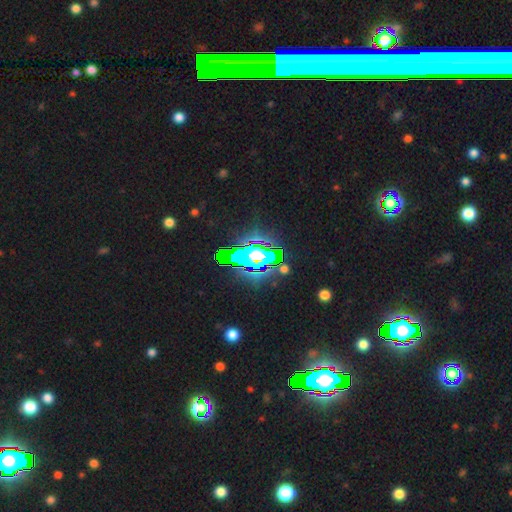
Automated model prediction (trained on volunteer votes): Smooth or featured? star or artifact (59%)